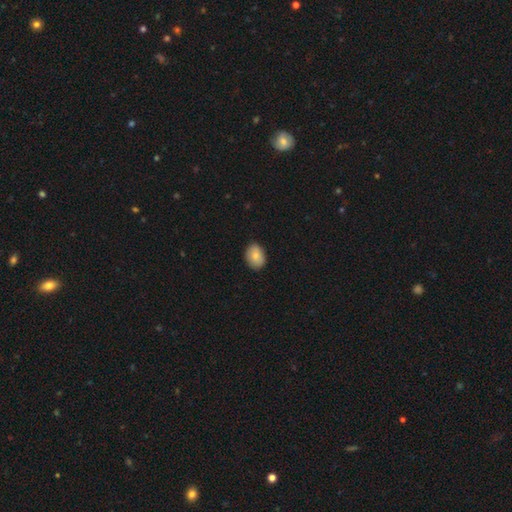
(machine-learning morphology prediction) The model was most divided on "how rounded": in between: 73%, round: 26%, cigar-shaped: 1%. More confident: merging — none (85%); smooth or featured — smooth (84%).